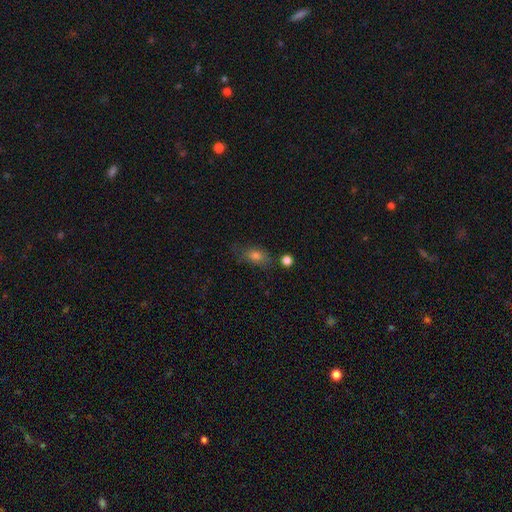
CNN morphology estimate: smooth_or_featured: smooth (p=0.77) [alt: star or artifact p=0.12]
how_rounded: in between (p=0.76) [alt: round p=0.20]
merging: none (p=0.63) [alt: minor disturbance p=0.23]